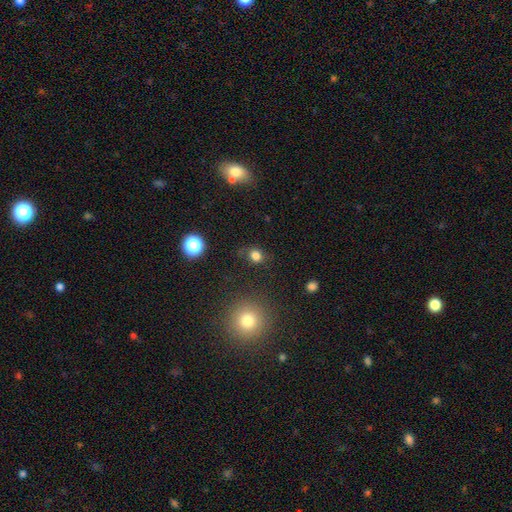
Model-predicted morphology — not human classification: The model was most divided on "how rounded": round: 67%, in between: 32%, cigar-shaped: 1%. More confident: smooth or featured — smooth (80%); merging — none (76%).